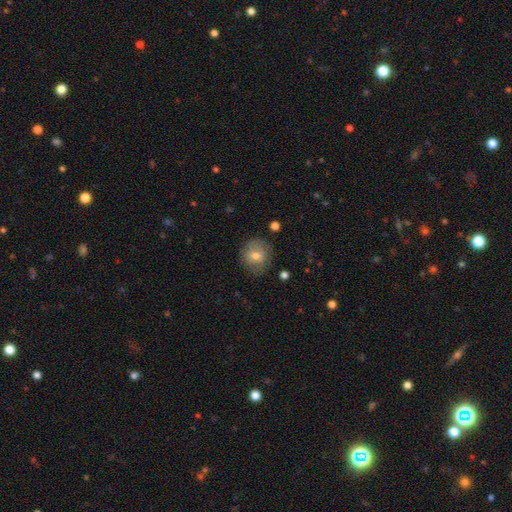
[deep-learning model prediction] Smooth or featured?
  - smooth: 67% *
  - featured or disk: 23%
  - star or artifact: 9%
How rounded?
  - round: 80% *
  - in between: 19%
  - cigar-shaped: 1%
Merging?
  - none: 77% *
  - minor disturbance: 17%
  - major disturbance: 5%
  - merger: 1%